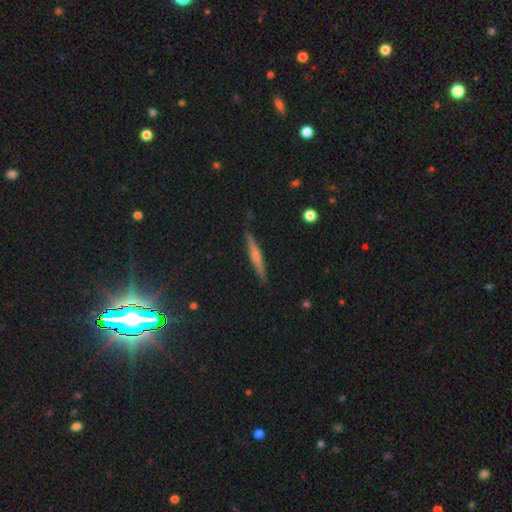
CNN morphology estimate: The model was most divided on "edge-on bulge": rounded: 51%, none: 37%, boxy: 12%. More confident: edge-on disk — yes (97%); merging — none (88%); smooth or featured — featured or disk (53%).